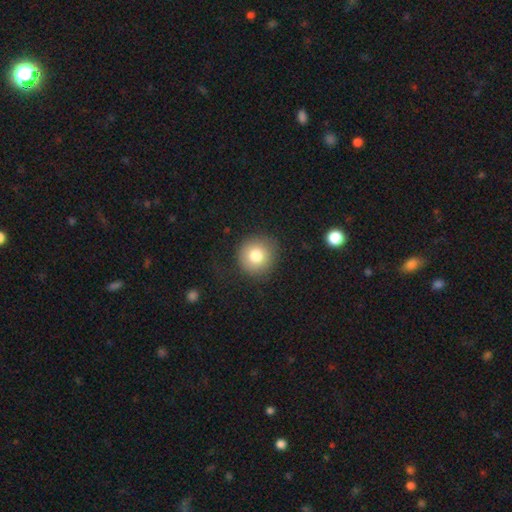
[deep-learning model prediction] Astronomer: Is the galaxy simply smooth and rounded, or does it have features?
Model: smooth — 79%.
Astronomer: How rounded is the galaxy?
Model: round — 92%.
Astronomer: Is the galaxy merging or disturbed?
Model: none — 84%.